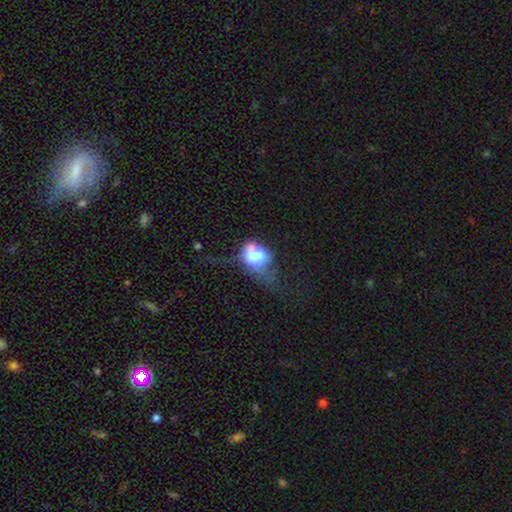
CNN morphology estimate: The model was most divided on "merging": major disturbance: 40%, merger: 24%, minor disturbance: 18%, none: 17%. More confident: how rounded — in between (66%); smooth or featured — smooth (61%).